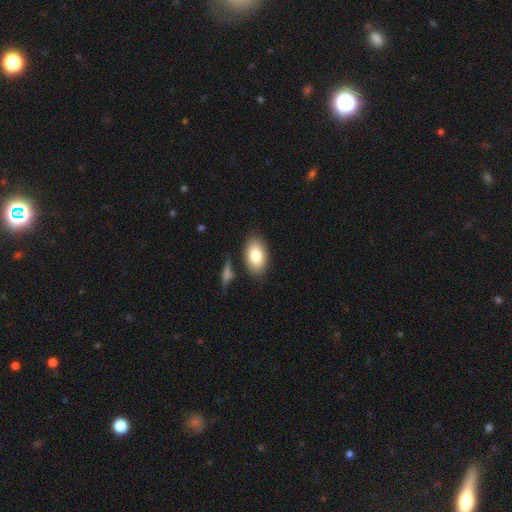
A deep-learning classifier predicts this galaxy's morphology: The model was most divided on "smooth or featured": smooth: 80%, featured or disk: 13%, star or artifact: 7%. More confident: how rounded — in between (91%); merging — none (81%).